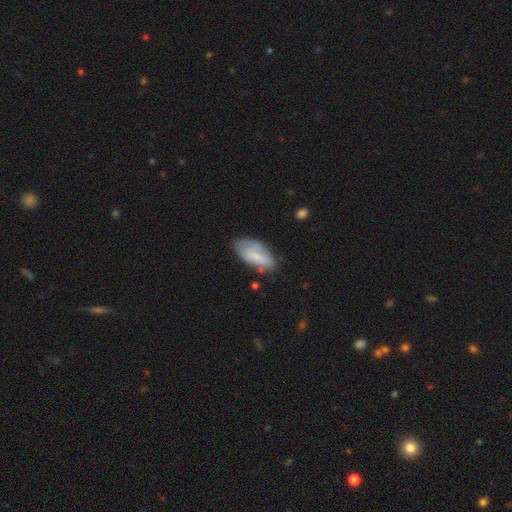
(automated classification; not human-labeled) Morphology: type=smooth (66%); roundness=in between (89%); merging=none (57%).